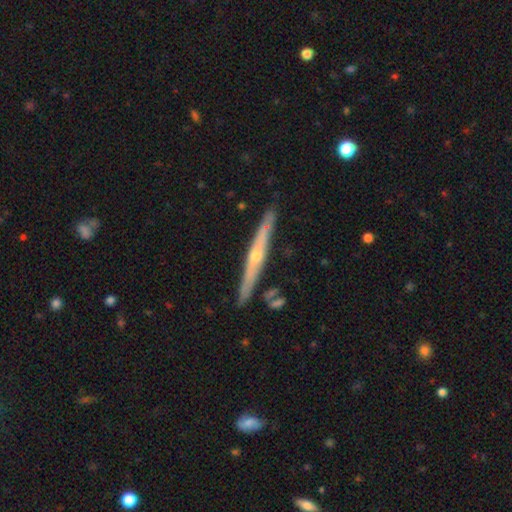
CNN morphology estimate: Overall: featured or disk (72%). Edge-on disk: yes (96%). Edge-on bulge: rounded (78%). Merging: none (84%).